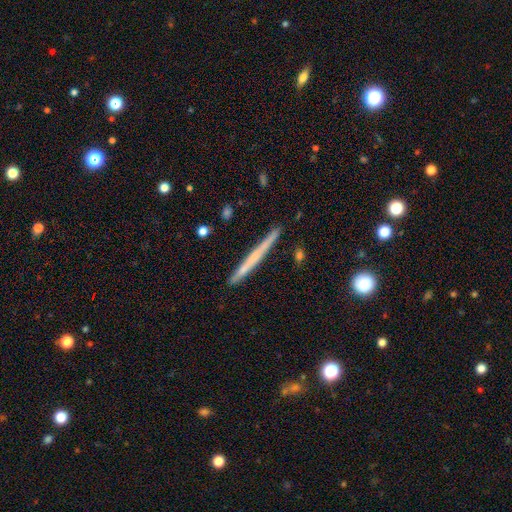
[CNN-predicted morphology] Smooth or featured? Predicted: featured or disk (p=0.50). Merging? Predicted: none (p=0.89).